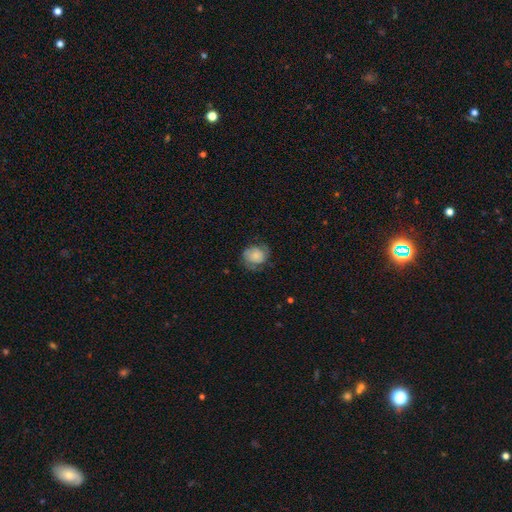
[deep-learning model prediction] Overall: smooth (53%; featured or disk 39%). How rounded: round (68%; in between 31%). Merging: none (61%; minor disturbance 24%).